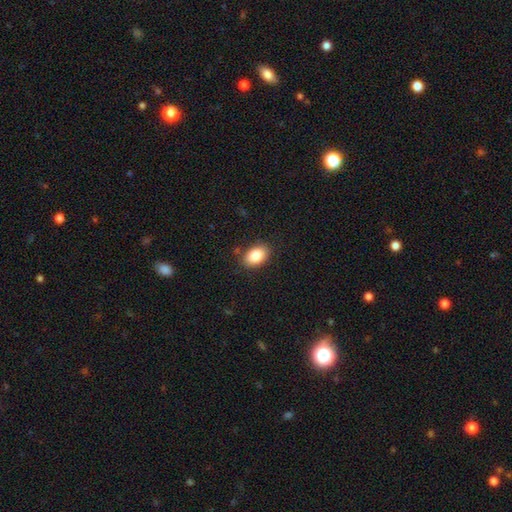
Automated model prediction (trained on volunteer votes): The model was most divided on "how rounded": in between: 85%, round: 14%, cigar-shaped: 1%. More confident: merging — none (86%); smooth or featured — smooth (85%).